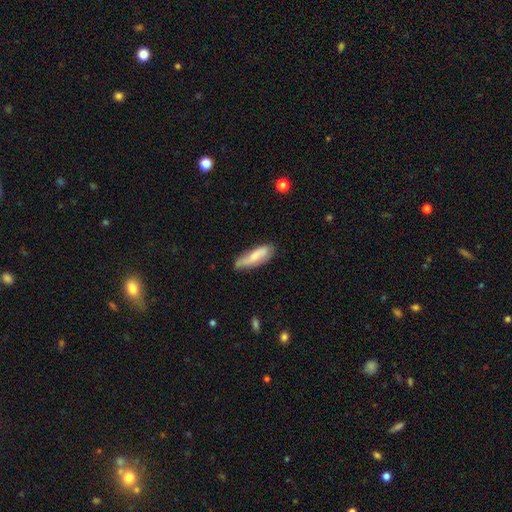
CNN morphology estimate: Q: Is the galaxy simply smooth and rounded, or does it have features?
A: smooth — 65%.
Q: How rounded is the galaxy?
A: in between — 56%.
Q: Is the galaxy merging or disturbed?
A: none — 57%.